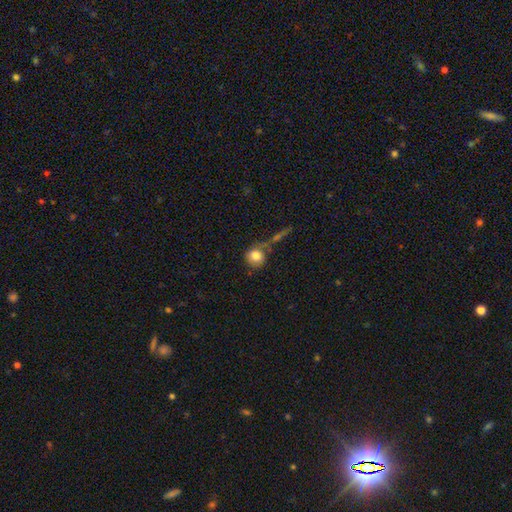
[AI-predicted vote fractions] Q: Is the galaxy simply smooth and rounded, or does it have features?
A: smooth — 80%.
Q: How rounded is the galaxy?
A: round — 86%.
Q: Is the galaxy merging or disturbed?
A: none — 54%.